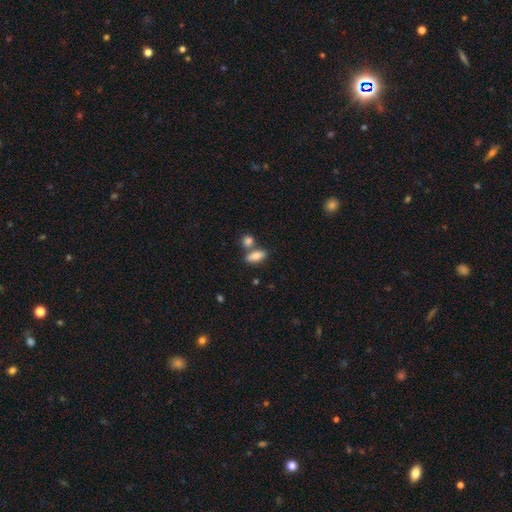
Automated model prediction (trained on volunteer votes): This appears to be a smooth galaxy with no disk features (82%) that is in between round and cigar-shaped (76%). Merging: none (60%).